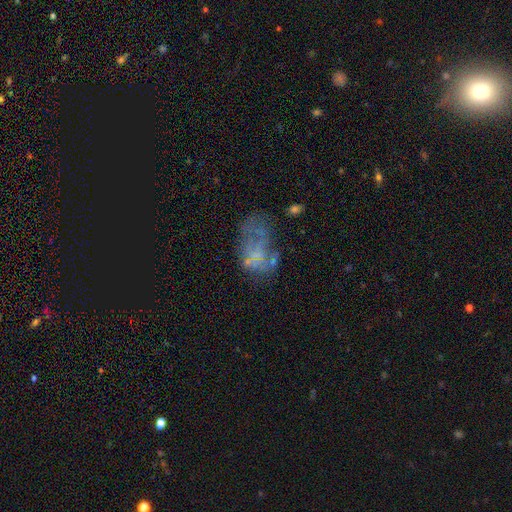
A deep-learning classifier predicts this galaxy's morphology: Smooth or featured? featured or disk (52%)
Edge-on disk? no (98%)
Bar? no (87%)
Spiral arms? no (87%)
Bulge size? none (73%)
Merging? major disturbance (38%)